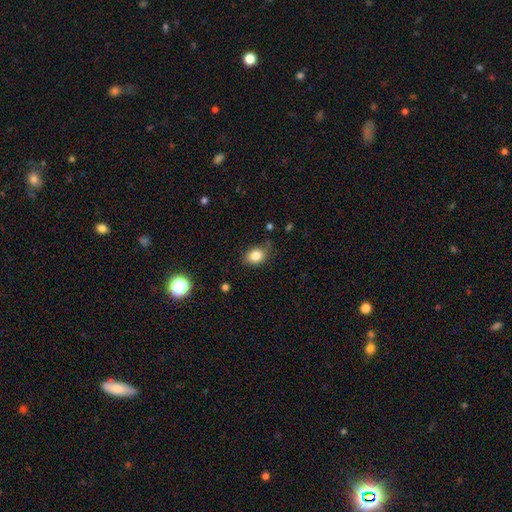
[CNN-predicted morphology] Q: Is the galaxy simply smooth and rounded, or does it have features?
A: smooth — 83%.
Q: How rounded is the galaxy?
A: in between — 66%.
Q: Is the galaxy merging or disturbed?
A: none — 72%.